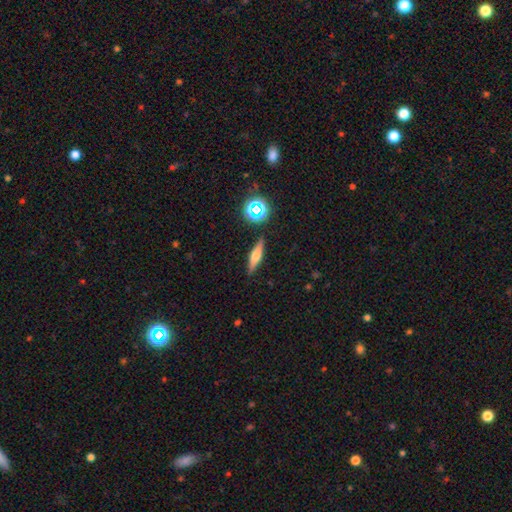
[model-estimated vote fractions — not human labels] Smooth or featured?
  - smooth: 45% *
  - featured or disk: 43%
  - star or artifact: 12%
Merging?
  - none: 88% *
  - minor disturbance: 8%
  - merger: 2%
  - major disturbance: 2%